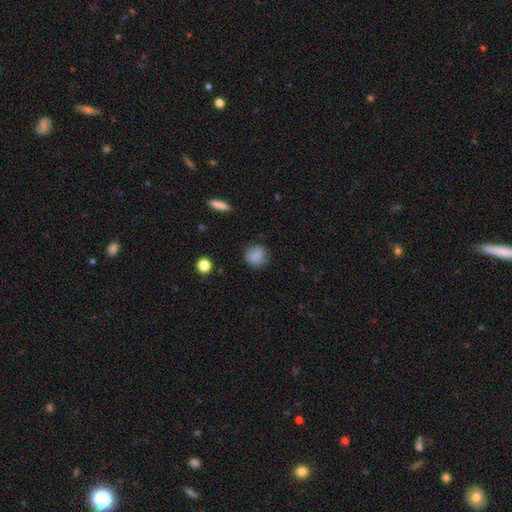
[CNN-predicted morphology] The model was most divided on "merging": none: 82%, minor disturbance: 13%, major disturbance: 3%, merger: 1%. More confident: how rounded — round (88%); smooth or featured — smooth (86%).